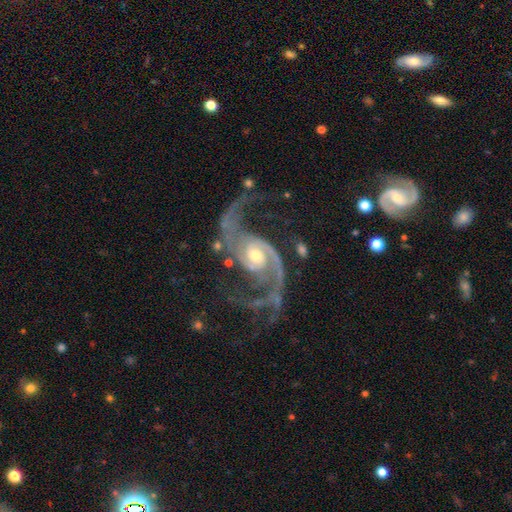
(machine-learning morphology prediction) Smooth or featured? Predicted: featured or disk (p=0.93). Edge-on disk? Predicted: no (p=0.98). Bar? Predicted: no (p=0.55). Spiral arms? Predicted: yes (p=0.98). Spiral winding? Predicted: loose (p=0.46). Spiral arm count? Predicted: 2 (p=0.89). Bulge size? Predicted: moderate (p=0.54). Merging? Predicted: none (p=0.56).